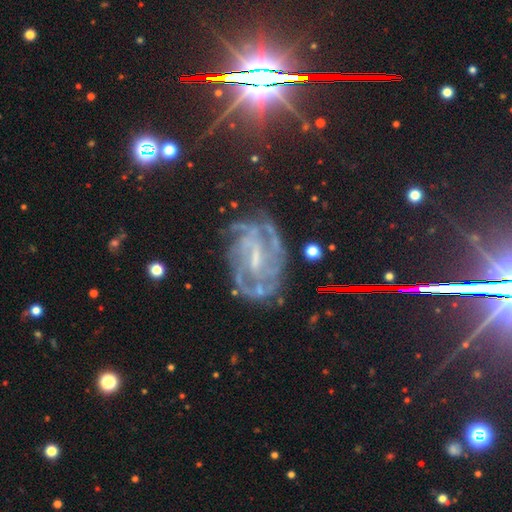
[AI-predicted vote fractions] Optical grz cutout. It shows a featured or disk galaxy (79%) with a weak bar (47%), tight (55%) spiral arms (94%) and a small central bulge (57%). Merging: none (70%).